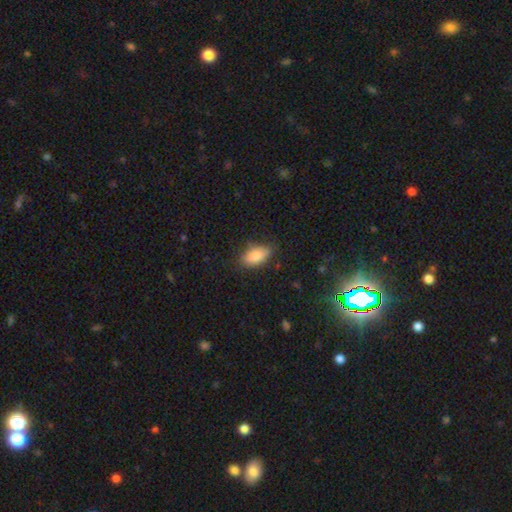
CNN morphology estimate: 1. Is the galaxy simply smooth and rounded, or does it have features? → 85% smooth, 7% featured or disk, 7% star or artifact.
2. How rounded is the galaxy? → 91% in between, 5% cigar-shaped, 4% round.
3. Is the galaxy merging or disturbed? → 78% none, 17% minor disturbance, 4% major disturbance, 1% merger.